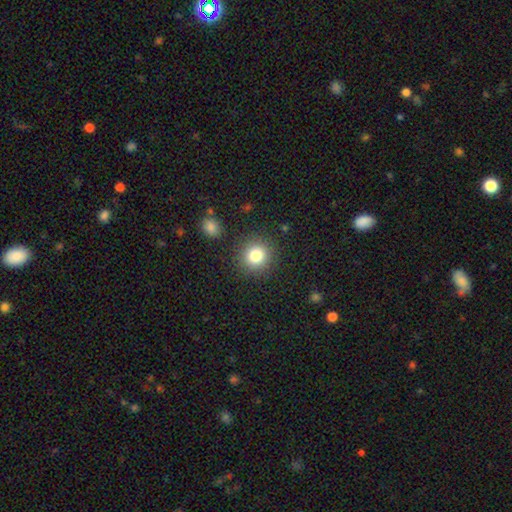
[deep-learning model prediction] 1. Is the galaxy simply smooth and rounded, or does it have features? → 82% smooth, 11% star or artifact, 7% featured or disk.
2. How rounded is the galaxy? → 91% round, 8% in between, 1% cigar-shaped.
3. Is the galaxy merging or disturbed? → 88% none, 7% minor disturbance, 3% major disturbance, 2% merger.